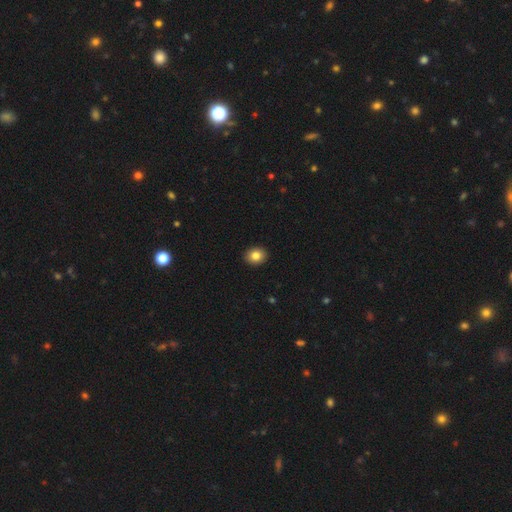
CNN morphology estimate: Q: Smooth or featured?
A: smooth (84%); runner-up: star or artifact (9%)
Q: How rounded?
A: round (55%); runner-up: in between (44%)
Q: Merging?
A: none (92%); runner-up: minor disturbance (6%)